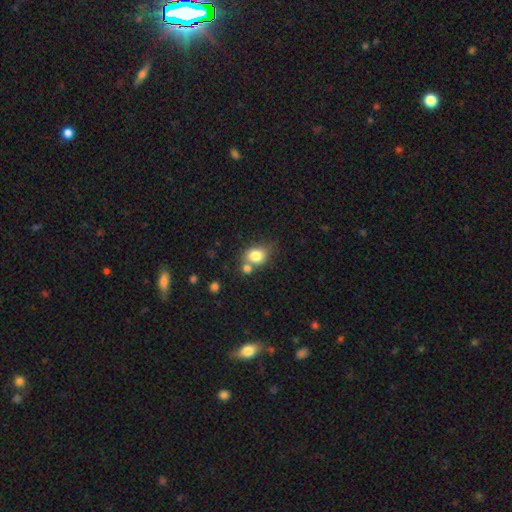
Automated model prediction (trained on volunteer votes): The model was most divided on "how rounded": round: 57%, in between: 41%, cigar-shaped: 1%. Remaining: smooth or featured — smooth (80%); merging — none (48%).